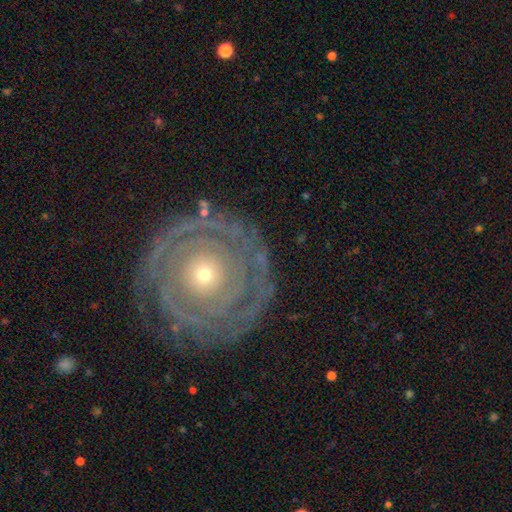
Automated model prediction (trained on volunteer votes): featured or disk 79%, smooth 14%, star or artifact 7%. Down the decision tree: edge-on disk — no (96%); bar — no (88%); spiral arms — yes (80%); spiral arm count — can't tell (40%); spiral winding — tight (86%); bulge size — small (69%); merging — none (81%).